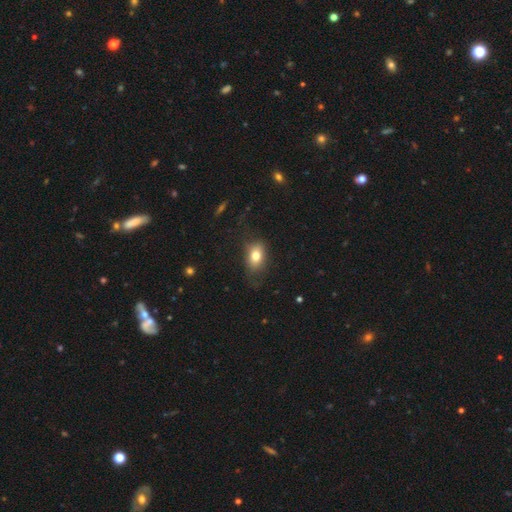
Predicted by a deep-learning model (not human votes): Morphology: type=smooth (78%); roundness=in between (80%); merging=none (68%).